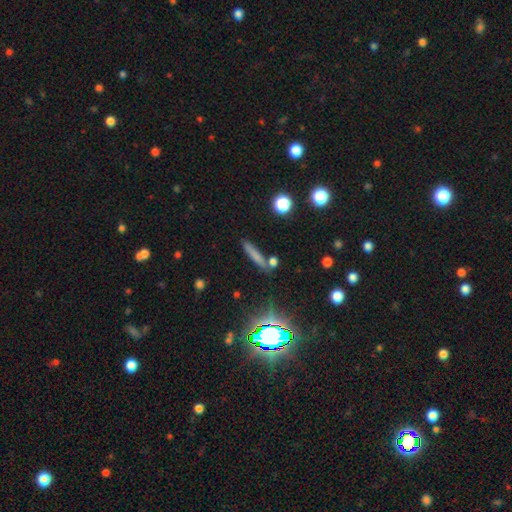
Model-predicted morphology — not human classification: Smooth or featured? Predicted: smooth (p=0.67). How rounded? Predicted: cigar-shaped (p=0.87). Merging? Predicted: none (p=0.76).